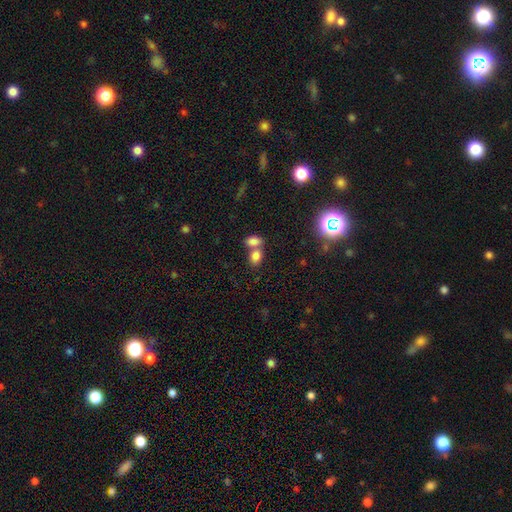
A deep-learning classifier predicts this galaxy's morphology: smooth_or_featured: smooth (p=0.79) [alt: star or artifact p=0.13]
how_rounded: in between (p=0.75) [alt: round p=0.23]
merging: merger (p=0.53) [alt: none p=0.36]